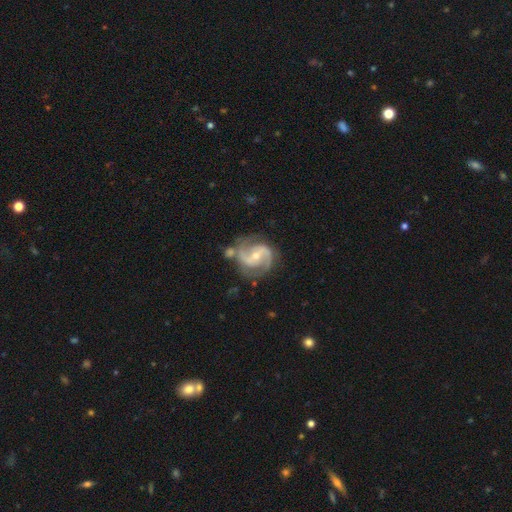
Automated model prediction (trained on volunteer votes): Overall: featured or disk (90%). Edge-on disk: no (98%). Bar: weak (43%; no 31%). Spiral arms: yes (98%). Spiral arm count: 2 (86%). Spiral winding: medium (57%; tight 28%). Bulge size: small (52%; moderate 45%). Merging: none (66%).